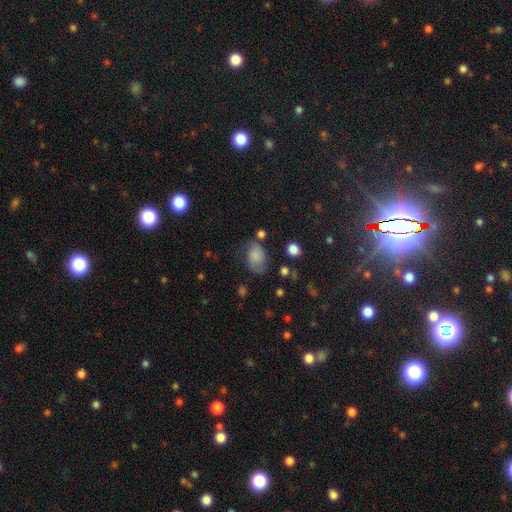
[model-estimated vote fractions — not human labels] Smooth or featured?
  - smooth: 66% *
  - featured or disk: 22%
  - star or artifact: 12%
How rounded?
  - in between: 72% *
  - round: 26%
  - cigar-shaped: 1%
Merging?
  - none: 47% *
  - minor disturbance: 30%
  - major disturbance: 18%
  - merger: 5%